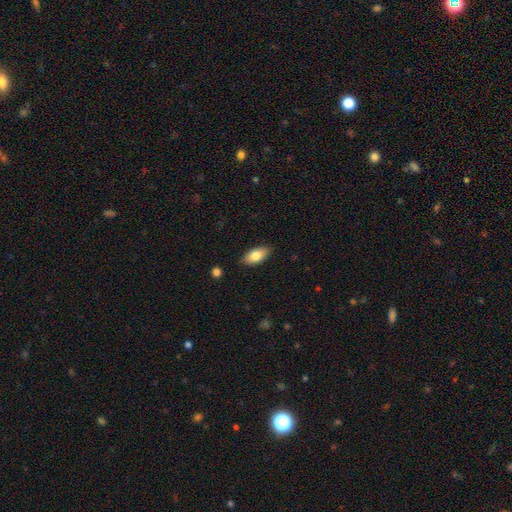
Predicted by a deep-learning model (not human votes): The model was most divided on "smooth or featured": smooth: 82%, featured or disk: 11%, star or artifact: 7%. More confident: how rounded — in between (92%); merging — none (86%).